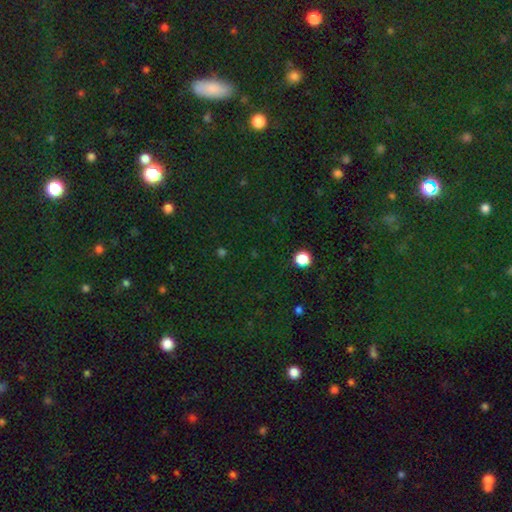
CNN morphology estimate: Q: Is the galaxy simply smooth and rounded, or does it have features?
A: star or artifact — 73%.